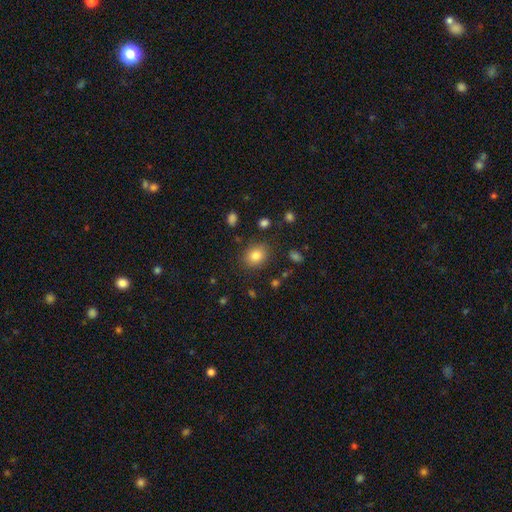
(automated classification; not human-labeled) Overall: smooth (81%). How rounded: round (56%; in between 43%). Merging: none (83%).